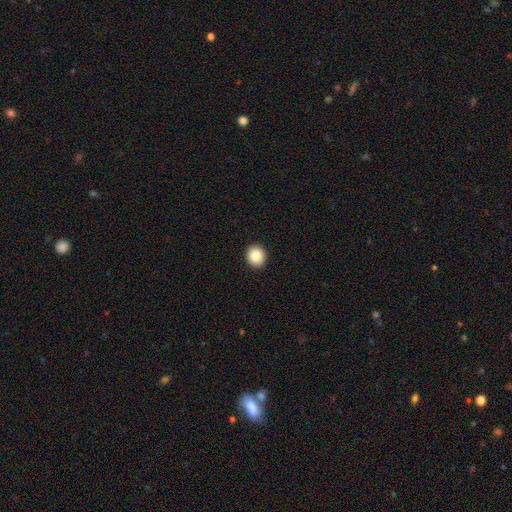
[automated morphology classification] This is clearly a smooth galaxy (88%). How rounded: clearly round (86%). Merging: clearly none (93%).